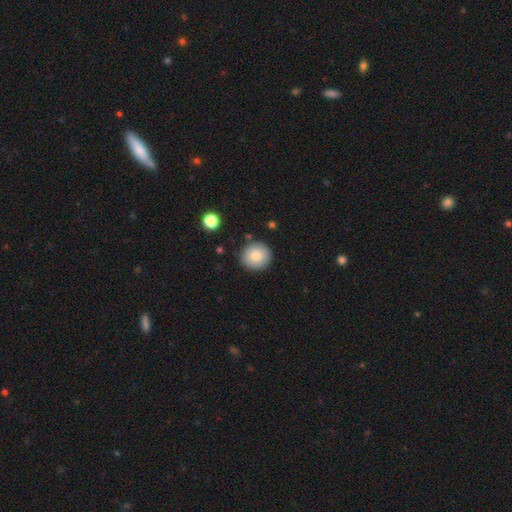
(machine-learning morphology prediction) smooth_or_featured: smooth (p=0.84) [alt: featured or disk p=0.08]
how_rounded: round (p=0.92) [alt: in between p=0.07]
merging: none (p=0.87) [alt: minor disturbance p=0.08]